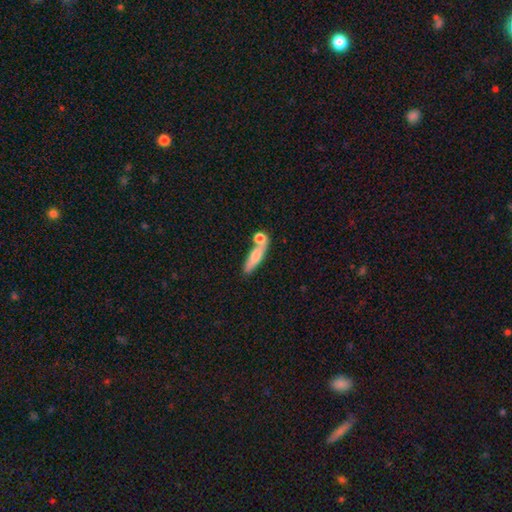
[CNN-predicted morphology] Smooth or featured? Predicted: smooth (p=0.69). How rounded? Predicted: cigar-shaped (p=0.58). Merging? Predicted: none (p=0.44).